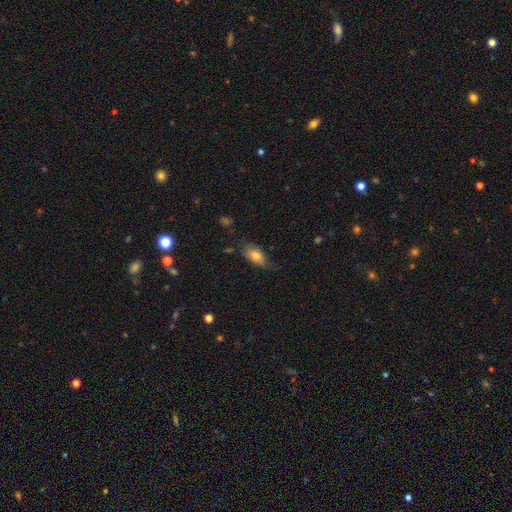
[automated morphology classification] Smooth or featured? smooth (75%)
How rounded? in between (88%)
Merging? none (57%)